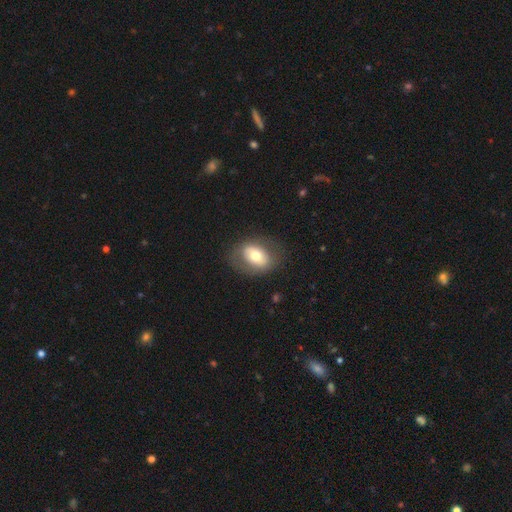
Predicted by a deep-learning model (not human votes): smooth_or_featured: smooth (p=0.61) [alt: featured or disk p=0.31]
how_rounded: in between (p=0.76) [alt: round p=0.22]
merging: none (p=0.75) [alt: minor disturbance p=0.16]